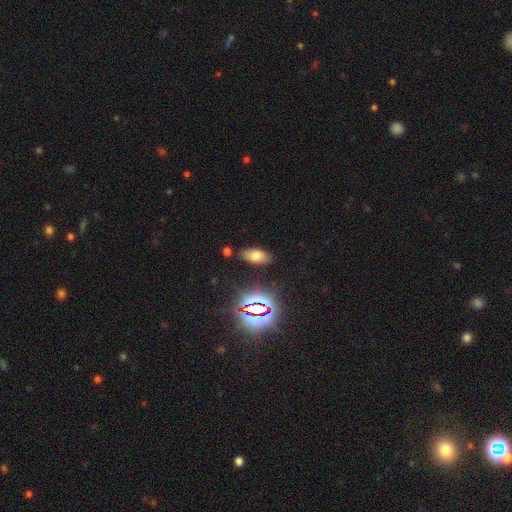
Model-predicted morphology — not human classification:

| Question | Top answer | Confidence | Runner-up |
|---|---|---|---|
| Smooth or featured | smooth | 65% | star or artifact (23%) |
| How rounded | in between | 91% | round (5%) |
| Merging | none | 84% | minor disturbance (10%) |